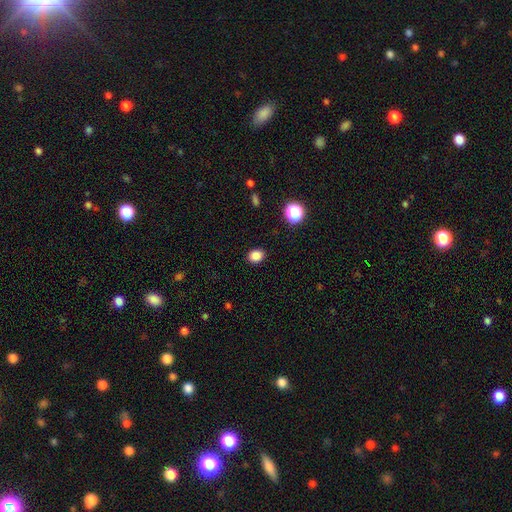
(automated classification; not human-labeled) This appears to be a smooth galaxy with no disk features (85%) that is in between round and cigar-shaped (51%). Merging: none (89%).